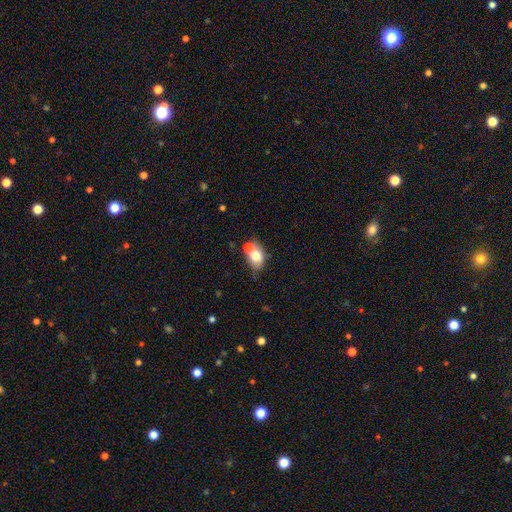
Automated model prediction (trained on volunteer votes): The model was most divided on "merging": none: 43%, merger: 36%, minor disturbance: 15%, major disturbance: 6%. More confident: how rounded — in between (71%); smooth or featured — smooth (71%).